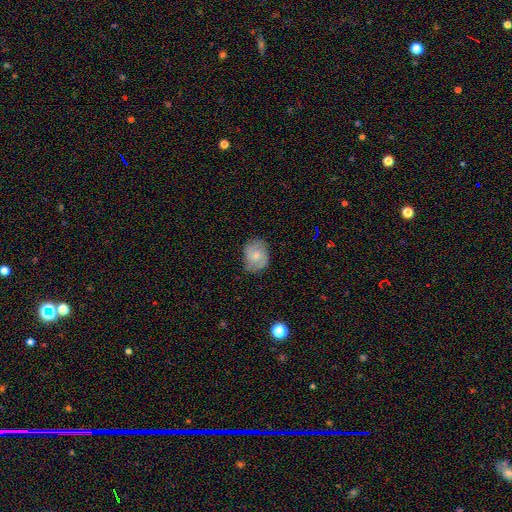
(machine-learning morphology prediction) Smooth or featured: smooth — 58% (featured or disk — 35%)
How rounded: in between — 50% (round — 49%)
Merging: none — 69% (minor disturbance — 25%)